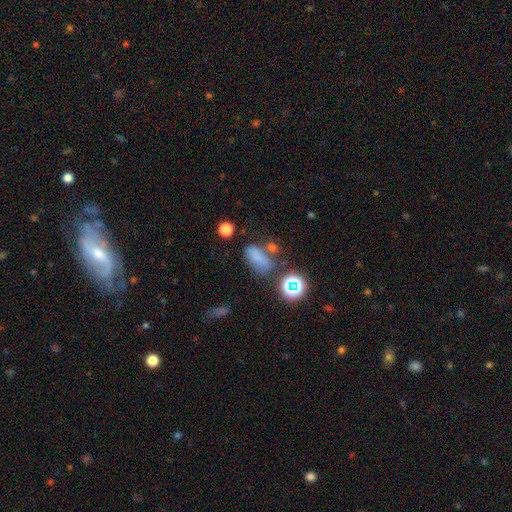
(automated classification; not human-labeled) smooth-or-featured: smooth: 65% | star or artifact: 22% | featured or disk: 12%
  how-rounded: in between: 79% | round: 15% | cigar-shaped: 7%
  merging: none: 49% | minor disturbance: 22% | merger: 15% | major disturbance: 13%